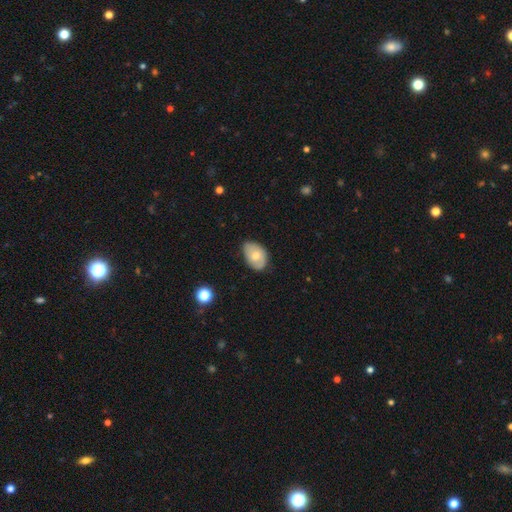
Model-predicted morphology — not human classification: type=smooth (56%); roundness=in between (82%); merging=none (63%).